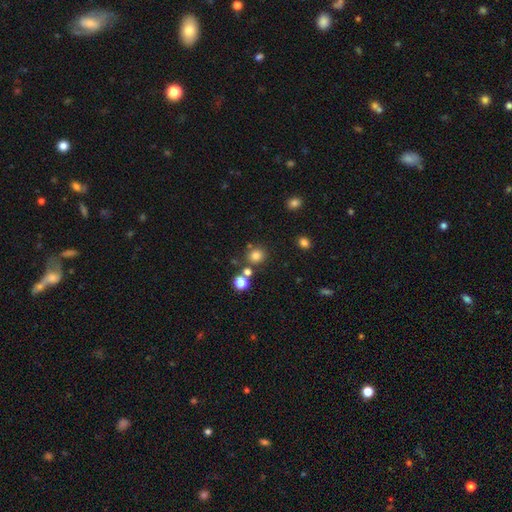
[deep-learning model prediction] Smooth or featured? smooth (78%)
How rounded? round (87%)
Merging? none (76%)